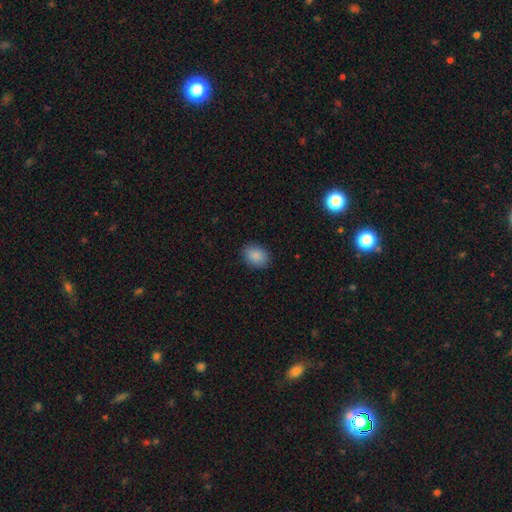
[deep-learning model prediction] smooth_or_featured: smooth (p=0.88) [alt: star or artifact p=0.08]
how_rounded: in between (p=0.65) [alt: round p=0.34]
merging: none (p=0.88) [alt: minor disturbance p=0.09]